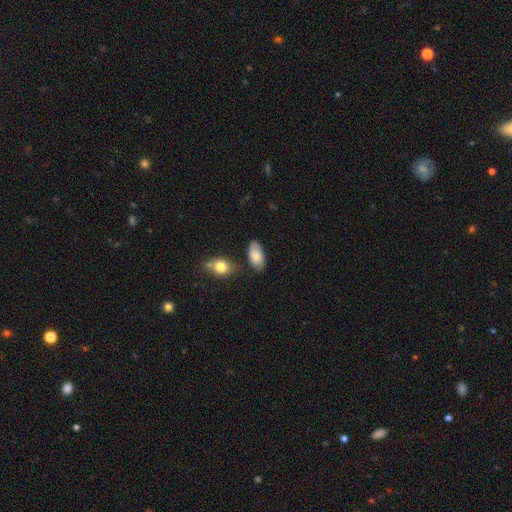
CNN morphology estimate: Smooth or featured? smooth (80%)
How rounded? in between (94%)
Merging? none (68%)